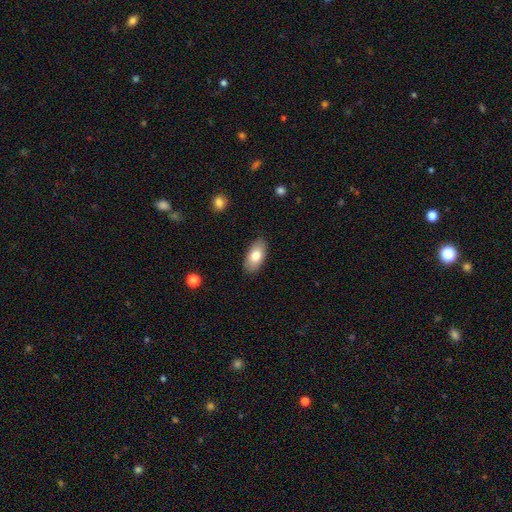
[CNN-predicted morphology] Smooth or featured? Predicted: smooth (p=0.79). How rounded? Predicted: in between (p=0.93). Merging? Predicted: none (p=0.87).